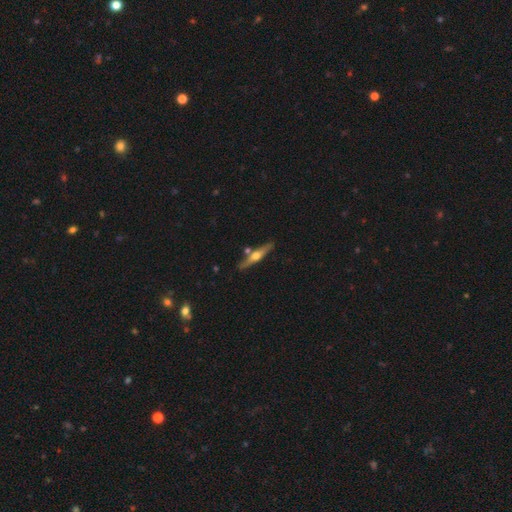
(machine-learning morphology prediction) The model was most divided on "smooth or featured": featured or disk: 70%, smooth: 25%, star or artifact: 6%. More confident: edge-on disk — yes (96%); edge-on bulge — rounded (94%); merging — none (81%).